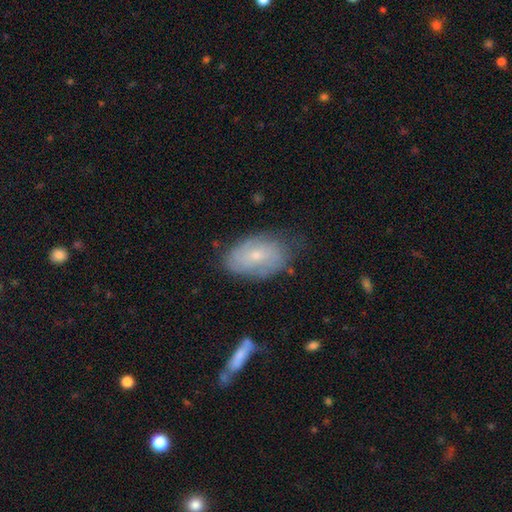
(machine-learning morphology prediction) smooth 46% (tied), featured or disk 46% (tied), star or artifact 8%. Down the decision tree: merging — none (67%).